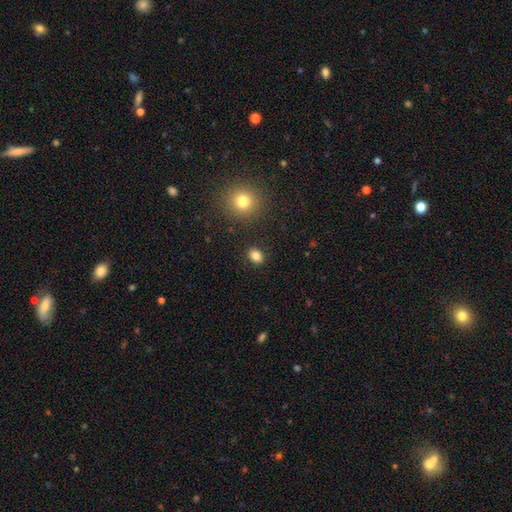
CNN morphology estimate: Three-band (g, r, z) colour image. It shows a smooth galaxy with no disk features (83%) that is in between round and cigar-shaped (61%). Merging: none (87%).